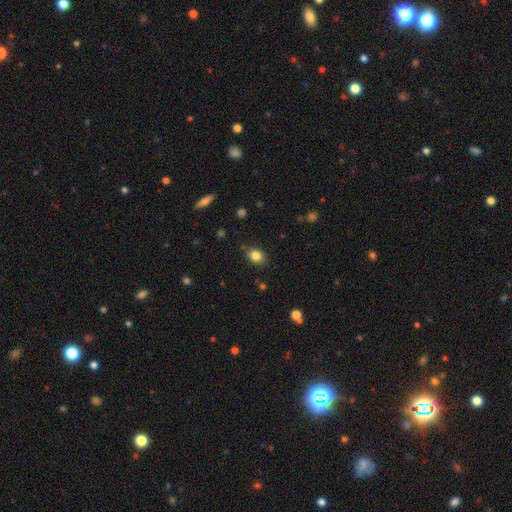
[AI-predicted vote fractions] smooth 84%, star or artifact 10%, featured or disk 6%. Down the decision tree: how rounded — in between (63%); merging — none (84%).